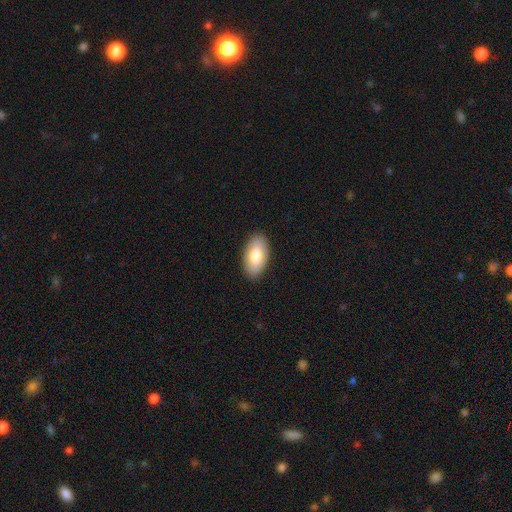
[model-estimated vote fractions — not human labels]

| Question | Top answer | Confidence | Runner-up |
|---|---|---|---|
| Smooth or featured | smooth | 76% | featured or disk (17%) |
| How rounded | in between | 94% | round (3%) |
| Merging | none | 89% | minor disturbance (8%) |